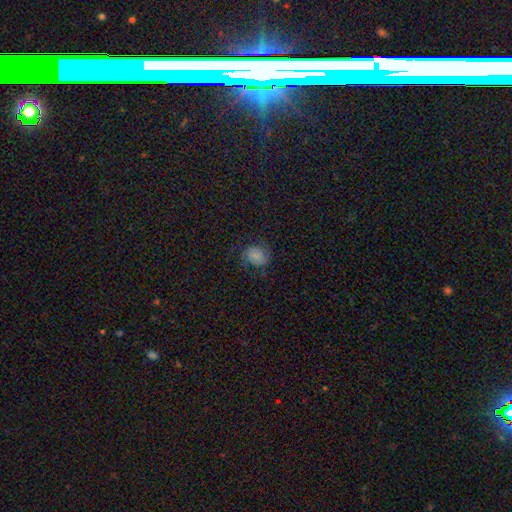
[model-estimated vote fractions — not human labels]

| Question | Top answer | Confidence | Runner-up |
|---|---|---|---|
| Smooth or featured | smooth | 69% | featured or disk (18%) |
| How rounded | round | 56% | in between (43%) |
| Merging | none | 68% | minor disturbance (20%) |